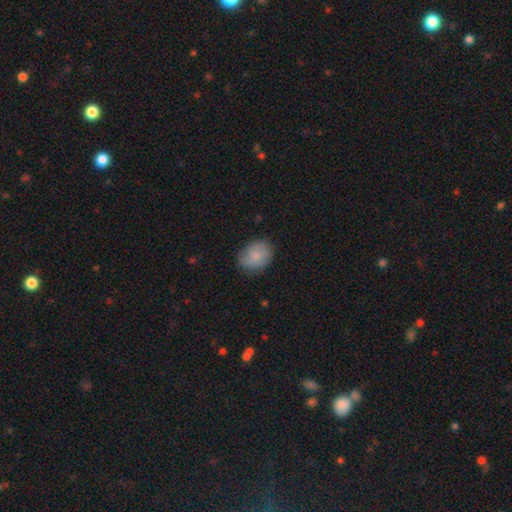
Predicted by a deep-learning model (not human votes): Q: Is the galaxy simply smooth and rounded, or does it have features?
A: smooth — 80%.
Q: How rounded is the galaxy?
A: in between — 53%.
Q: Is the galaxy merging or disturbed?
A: none — 77%.